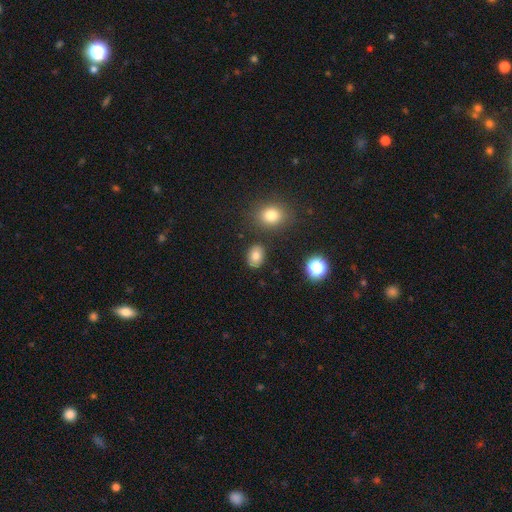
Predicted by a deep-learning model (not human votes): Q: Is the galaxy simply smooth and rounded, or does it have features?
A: smooth — 80%.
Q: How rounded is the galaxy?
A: in between — 72%.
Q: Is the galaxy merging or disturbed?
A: none — 83%.